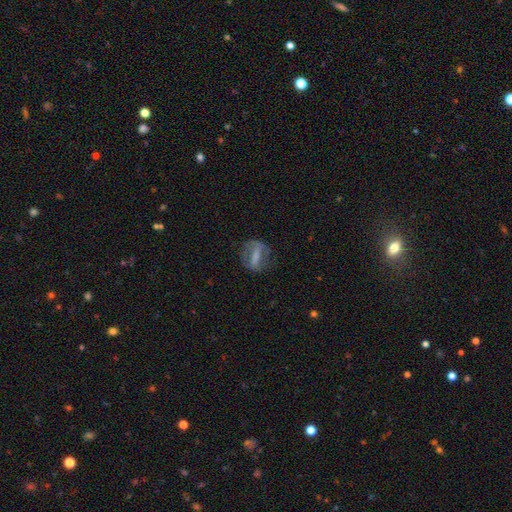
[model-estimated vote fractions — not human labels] Smooth or featured? Predicted: featured or disk (p=0.51). Edge-on disk? Predicted: no (p=0.87). Merging? Predicted: none (p=0.63).